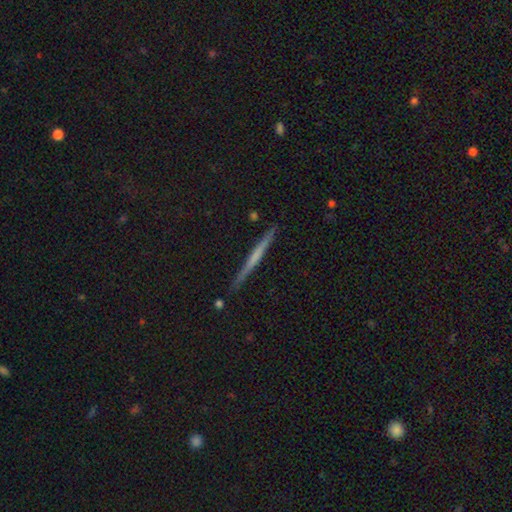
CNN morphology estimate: This appears to be a featured or disk galaxy (53%) viewed edge-on (98%) with no central bulge (80%). Merging: none (90%).